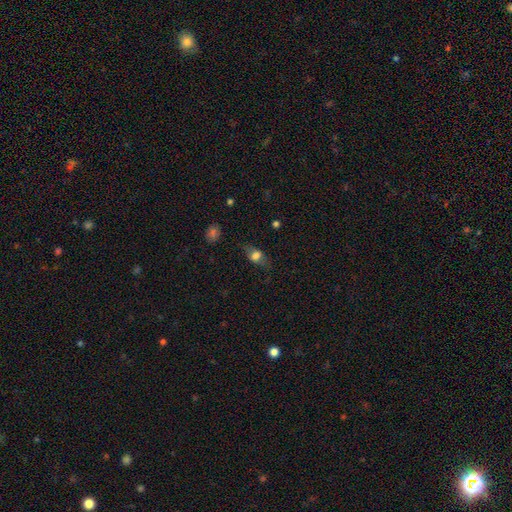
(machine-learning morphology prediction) A smooth galaxy with no disk features (65%) that is in between round and cigar-shaped (75%).

Vote fractions:
- Smooth or featured? smooth: 65% / featured or disk: 24% / star or artifact: 11%
- How rounded? in between: 75% / round: 14% / cigar-shaped: 10%
- Merging? none: 73% / minor disturbance: 18% / major disturbance: 7% / merger: 2%